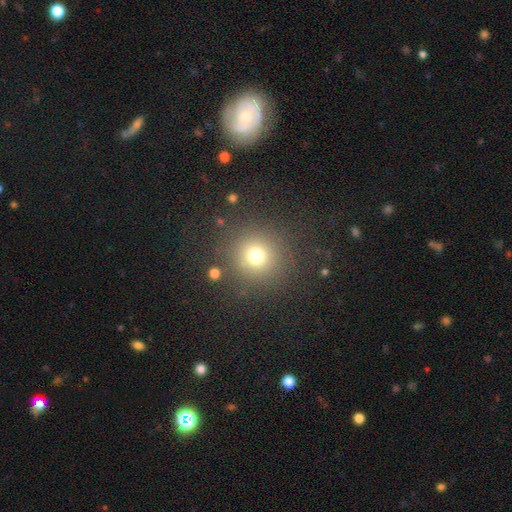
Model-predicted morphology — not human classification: Smooth or featured? smooth (72%)
How rounded? round (93%)
Merging? none (85%)